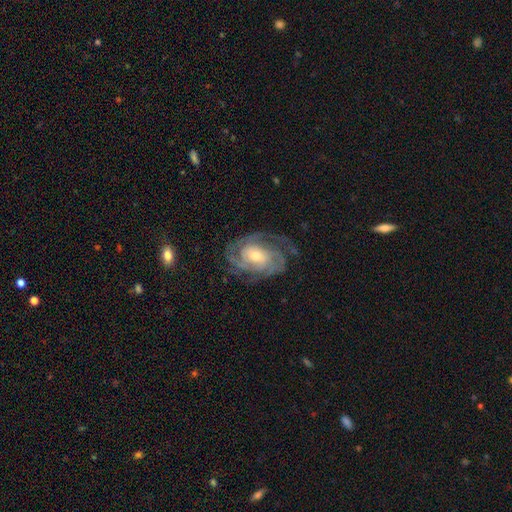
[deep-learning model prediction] Smooth or featured: featured or disk — 89% (smooth — 6%)
Edge-on disk: no — 97% (yes — 3%)
Bar: no — 64% (weak — 27%)
Spiral arms: yes — 97% (no — 3%)
Spiral winding: tight — 60% (medium — 32%)
Spiral arm count: 3 — 31% (2 — 22%)
Bulge size: moderate — 55% (small — 38%)
Merging: none — 72% (minor disturbance — 17%)